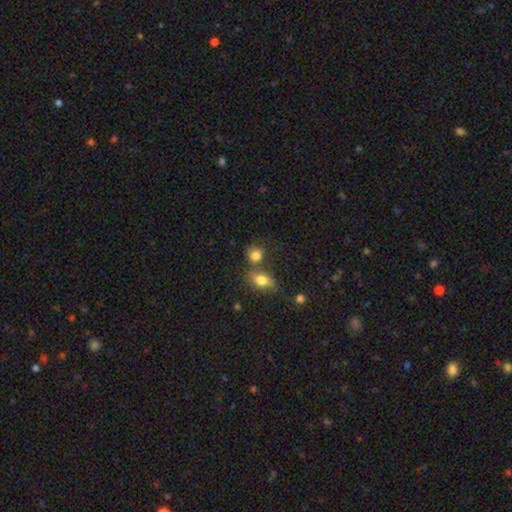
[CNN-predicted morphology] The model was most divided on "merging": none: 56%, merger: 27%, minor disturbance: 12%, major disturbance: 5%. More confident: smooth or featured — smooth (82%); how rounded — round (66%).